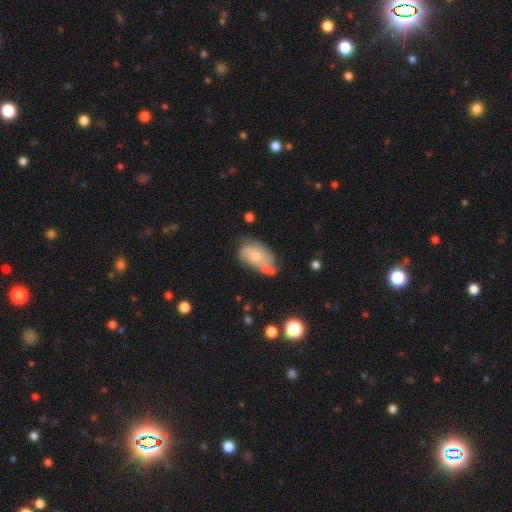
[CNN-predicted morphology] Smooth or featured? smooth (52%)
How rounded? in between (88%)
Merging? none (41%)